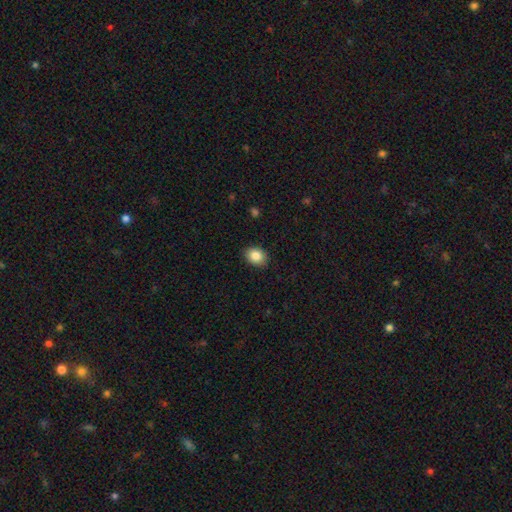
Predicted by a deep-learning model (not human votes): smooth_or_featured: smooth (p=0.86) [alt: star or artifact p=0.08]
how_rounded: in between (p=0.55) [alt: round p=0.44]
merging: none (p=0.89) [alt: minor disturbance p=0.09]